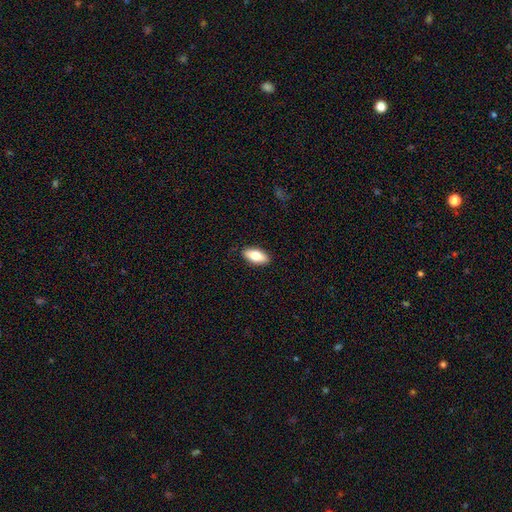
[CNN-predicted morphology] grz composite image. It shows a smooth galaxy with no disk features (76%) that is in between round and cigar-shaped (86%). Merging: none (88%).